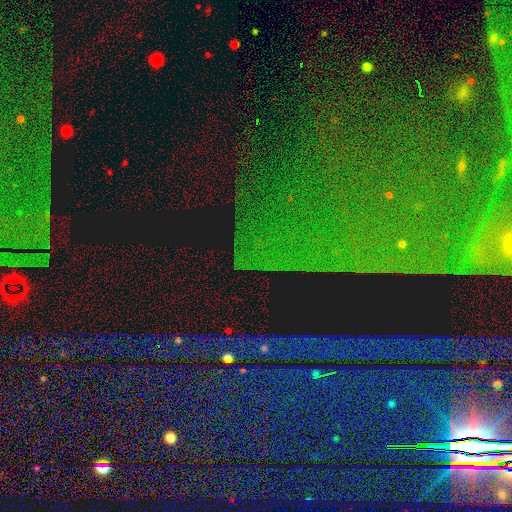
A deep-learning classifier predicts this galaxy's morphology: The model was most divided on "smooth or featured": star or artifact: 84%, featured or disk: 8%, smooth: 8%.